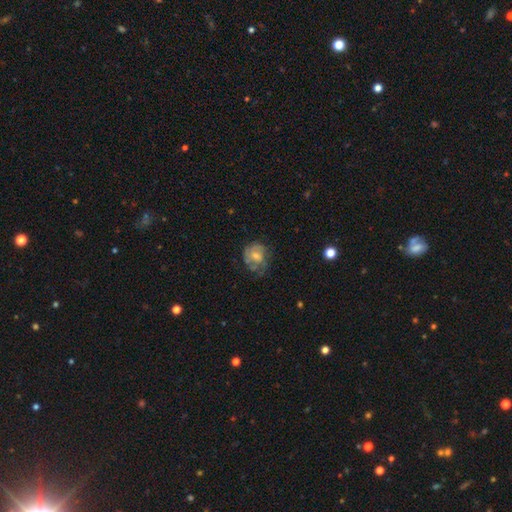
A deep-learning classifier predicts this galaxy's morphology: Smooth or featured: featured or disk — 55% (smooth — 37%)
Edge-on disk: no — 97% (yes — 3%)
Bar: no — 66% (weak — 29%)
Spiral arms: yes — 72% (no — 28%)
Bulge size: moderate — 43% (small — 40%)
Merging: none — 51% (minor disturbance — 27%)